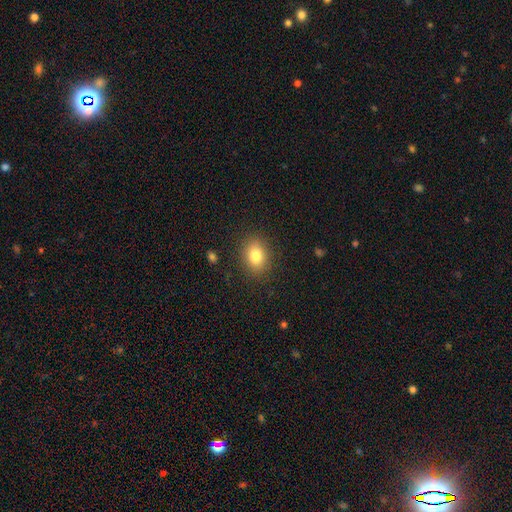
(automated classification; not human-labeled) A smooth galaxy with no disk features (81%) that is in between round and cigar-shaped (57%).

Vote fractions:
- Smooth or featured? smooth: 81% / star or artifact: 10% / featured or disk: 9%
- How rounded? in between: 57% / round: 42% / cigar-shaped: 1%
- Merging? none: 87% / minor disturbance: 9% / major disturbance: 3% / merger: 1%